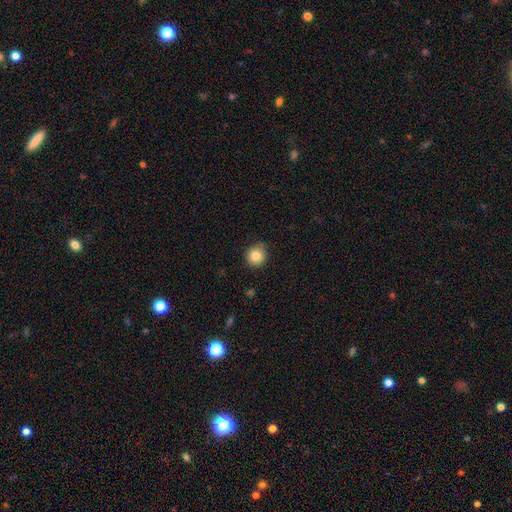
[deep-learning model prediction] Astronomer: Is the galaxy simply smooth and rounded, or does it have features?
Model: smooth — 83%.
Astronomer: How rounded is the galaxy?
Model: round — 94%.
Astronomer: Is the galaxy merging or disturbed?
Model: none — 85%.